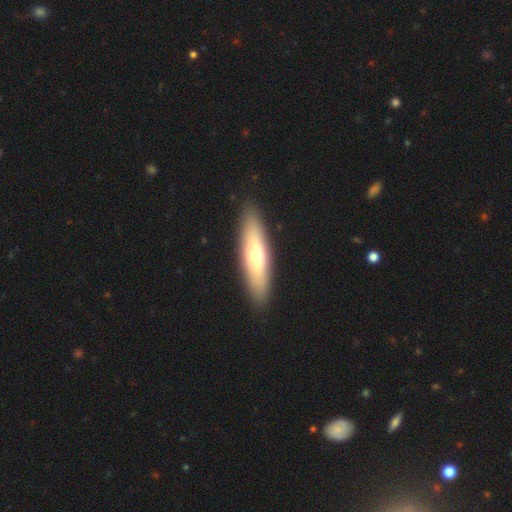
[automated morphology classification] Smooth or featured? Predicted: smooth (p=0.54). How rounded? Predicted: cigar-shaped (p=0.67). Merging? Predicted: none (p=0.91).